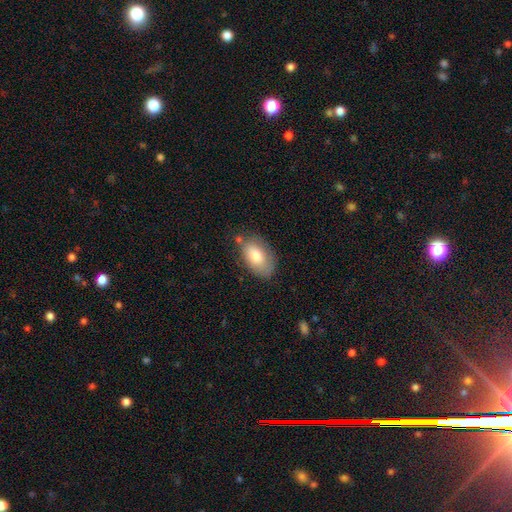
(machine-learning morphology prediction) Smooth or featured: smooth — 78% (featured or disk — 16%)
How rounded: in between — 93% (round — 5%)
Merging: none — 67% (minor disturbance — 23%)